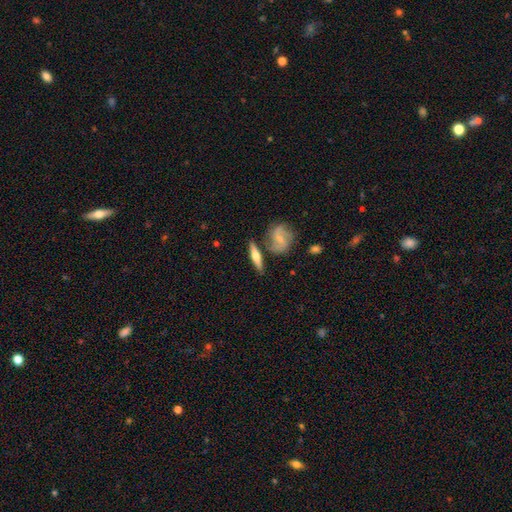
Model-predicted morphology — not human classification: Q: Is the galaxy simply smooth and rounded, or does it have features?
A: featured or disk — 58%.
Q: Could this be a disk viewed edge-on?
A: yes — 87%.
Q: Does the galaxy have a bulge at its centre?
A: rounded — 90%.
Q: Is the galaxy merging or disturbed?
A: none — 74%.